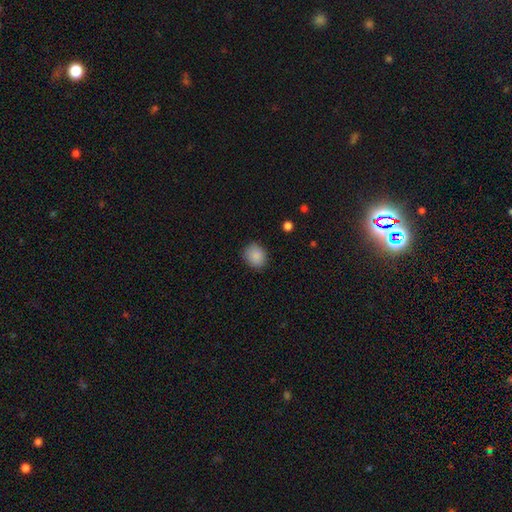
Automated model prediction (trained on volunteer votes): A smooth galaxy with no disk features (88%) that is round (66%).

Vote fractions:
- Smooth or featured? smooth: 88% / star or artifact: 8% / featured or disk: 4%
- How rounded? round: 66% / in between: 33% / cigar-shaped: 1%
- Merging? none: 85% / minor disturbance: 11% / major disturbance: 3% / merger: 1%